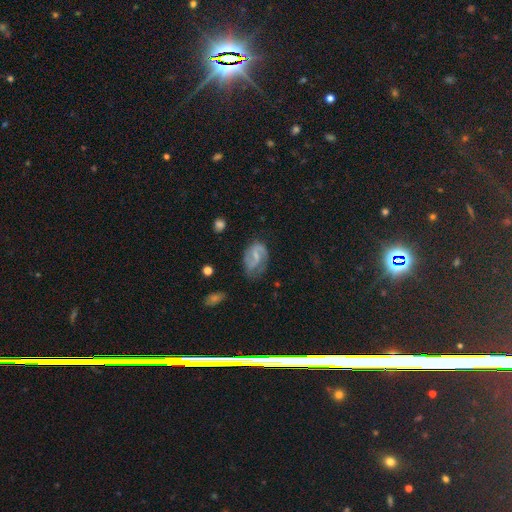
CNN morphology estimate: Smooth or featured? Predicted: featured or disk (p=0.72). Edge-on disk? Predicted: no (p=0.97). Bar? Predicted: weak (p=0.52). Spiral arms? Predicted: yes (p=0.89). Spiral winding? Predicted: medium (p=0.47). Spiral arm count? Predicted: 2 (p=0.81). Bulge size? Predicted: small (p=0.54). Merging? Predicted: none (p=0.59).